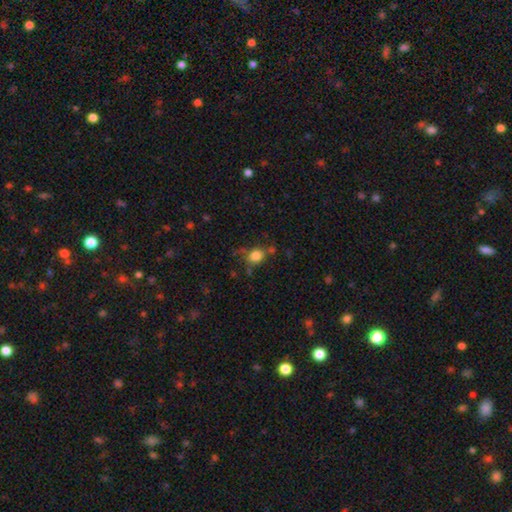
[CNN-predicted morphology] smooth-or-featured: smooth: 80% | star or artifact: 12% | featured or disk: 8%
  how-rounded: round: 60% | in between: 39% | cigar-shaped: 1%
  merging: none: 61% | minor disturbance: 21% | merger: 9% | major disturbance: 9%